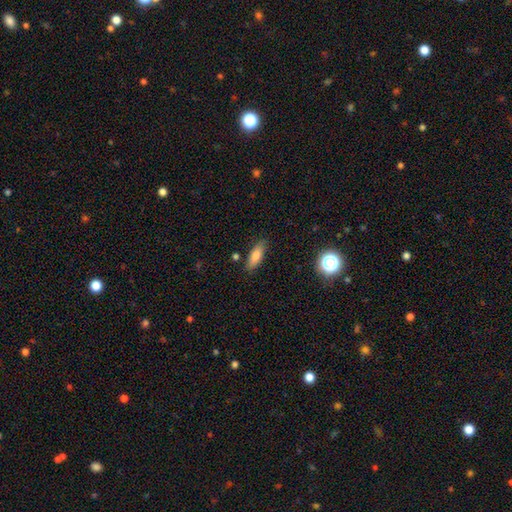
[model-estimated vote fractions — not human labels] smooth-or-featured: smooth: 78% | featured or disk: 14% | star or artifact: 9%
  how-rounded: in between: 61% | cigar-shaped: 36% | round: 3%
  merging: none: 83% | minor disturbance: 11% | merger: 3% | major disturbance: 3%